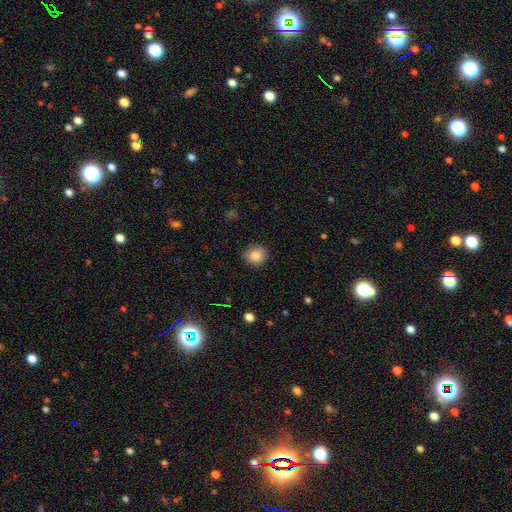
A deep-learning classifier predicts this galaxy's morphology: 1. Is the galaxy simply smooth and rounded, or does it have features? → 86% smooth, 9% star or artifact, 5% featured or disk.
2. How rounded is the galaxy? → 75% round, 24% in between, 1% cigar-shaped.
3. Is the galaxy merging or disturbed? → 80% none, 16% minor disturbance, 3% major disturbance, 1% merger.